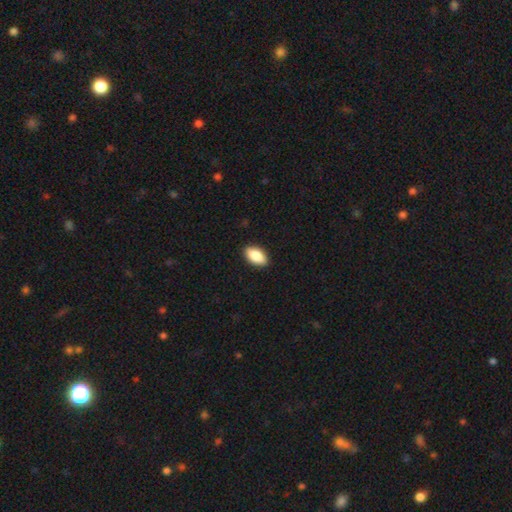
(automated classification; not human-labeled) Morphology: type=smooth (85%); roundness=in between (92%); merging=none (90%).